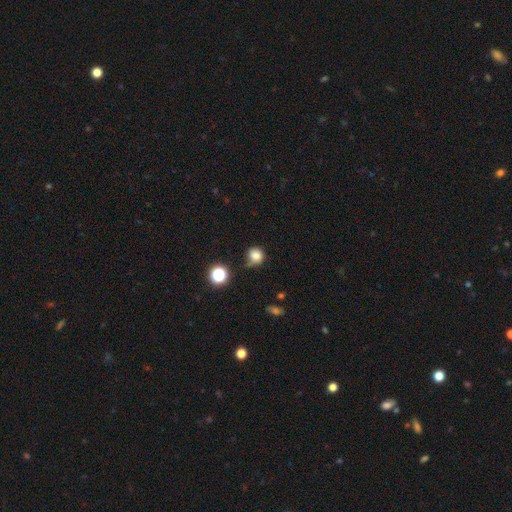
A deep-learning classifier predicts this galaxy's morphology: smooth-or-featured: smooth: 79% | star or artifact: 13% | featured or disk: 8%
  how-rounded: round: 82% | in between: 17% | cigar-shaped: 1%
  merging: none: 57% | minor disturbance: 27% | major disturbance: 9% | merger: 7%